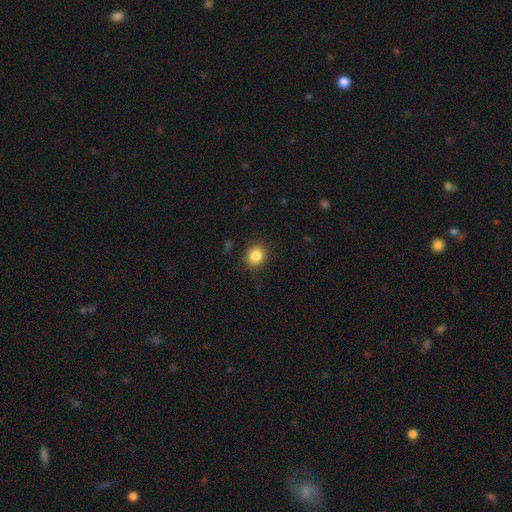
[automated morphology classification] smooth 85%, star or artifact 10%, featured or disk 5%. Down the decision tree: how rounded — round (79%); merging — none (89%).